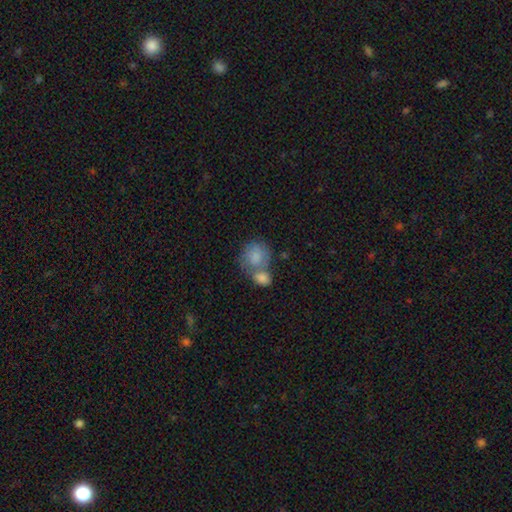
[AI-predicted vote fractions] Smooth or featured: smooth — 79% (featured or disk — 14%)
How rounded: round — 67% (in between — 32%)
Merging: merger — 57% (none — 26%)